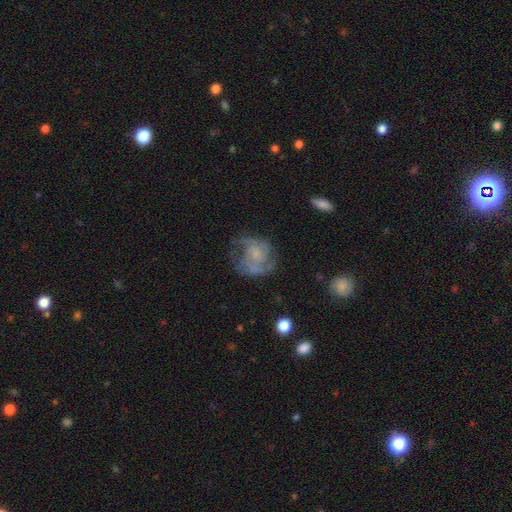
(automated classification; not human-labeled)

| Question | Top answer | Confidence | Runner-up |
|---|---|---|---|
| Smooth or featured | featured or disk | 74% | smooth (17%) |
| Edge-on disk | no | 98% | yes (2%) |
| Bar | no | 68% | weak (27%) |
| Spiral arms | yes | 87% | no (13%) |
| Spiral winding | medium | 46% | tight (37%) |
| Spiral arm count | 2 | 42% | can't tell (24%) |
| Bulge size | small | 49% | none (29%) |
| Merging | none | 58% | minor disturbance (21%) |